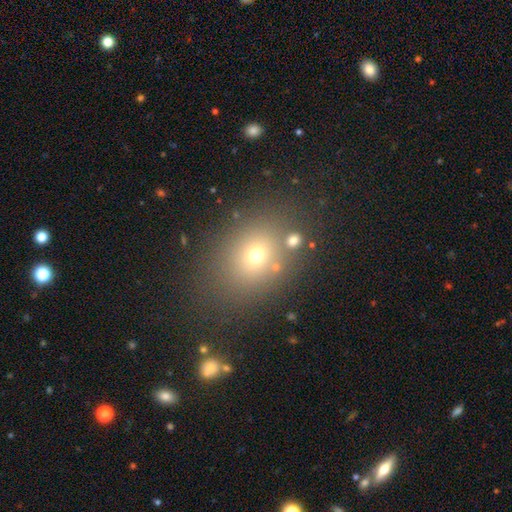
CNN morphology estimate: A smooth galaxy with no disk features (66%) that is in between round and cigar-shaped (50%).

Vote fractions:
- Smooth or featured? smooth: 66% / star or artifact: 21% / featured or disk: 13%
- How rounded? in between: 50% / round: 49% / cigar-shaped: 1%
- Merging? none: 75% / minor disturbance: 11% / merger: 7% / major disturbance: 6%